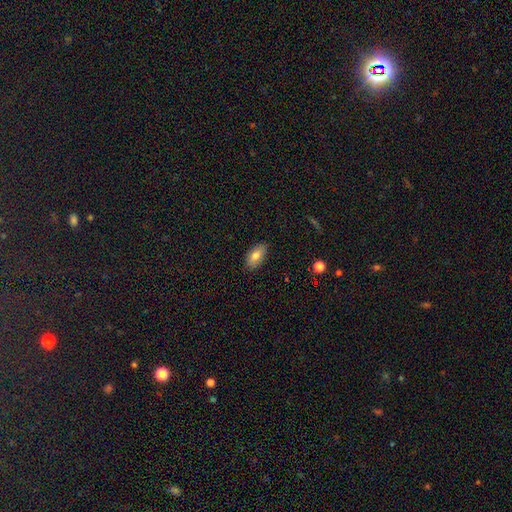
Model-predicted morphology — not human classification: Q: Smooth or featured?
A: smooth (78%); runner-up: featured or disk (15%)
Q: How rounded?
A: in between (91%); runner-up: cigar-shaped (5%)
Q: Merging?
A: none (83%); runner-up: minor disturbance (13%)